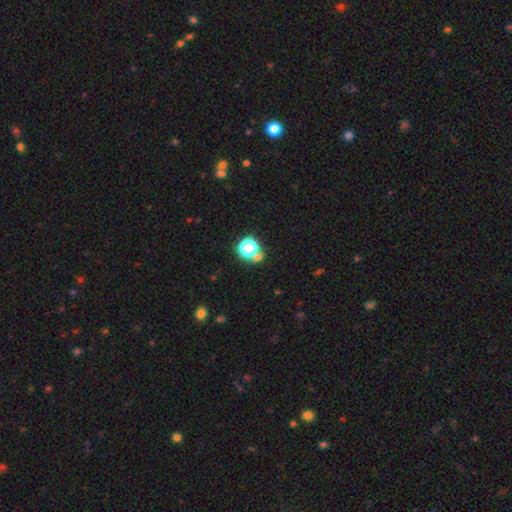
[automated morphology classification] Q: Smooth or featured?
A: star or artifact (53%); runner-up: smooth (39%)